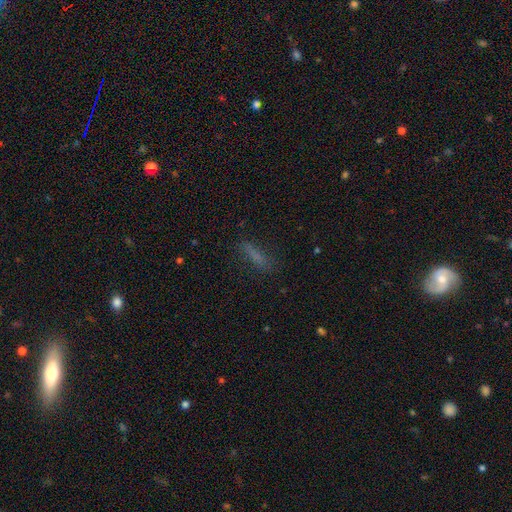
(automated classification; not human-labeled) Smooth or featured: smooth — 66% (featured or disk — 18%)
How rounded: cigar-shaped — 75% (in between — 23%)
Merging: none — 72% (minor disturbance — 18%)